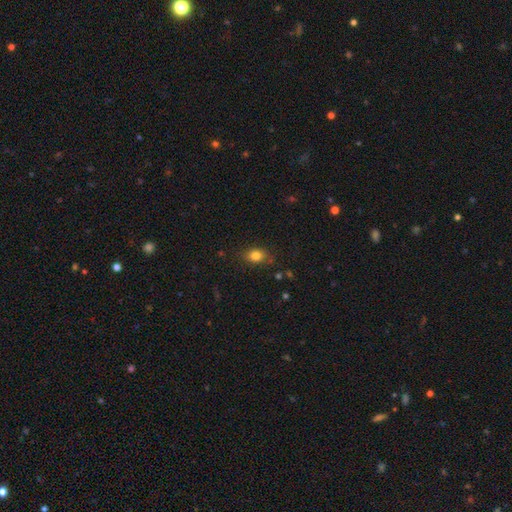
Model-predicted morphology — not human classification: Q: Smooth or featured?
A: smooth (82%); runner-up: star or artifact (11%)
Q: How rounded?
A: in between (67%); runner-up: round (31%)
Q: Merging?
A: none (82%); runner-up: minor disturbance (13%)